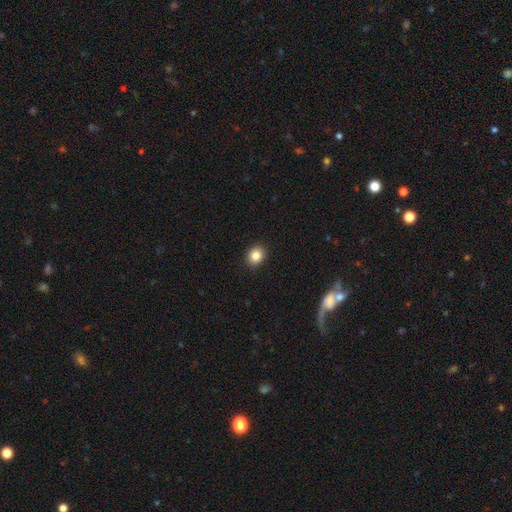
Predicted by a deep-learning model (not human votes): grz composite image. It shows a smooth galaxy with no disk features (85%) that is round (61%). Merging: none (91%).